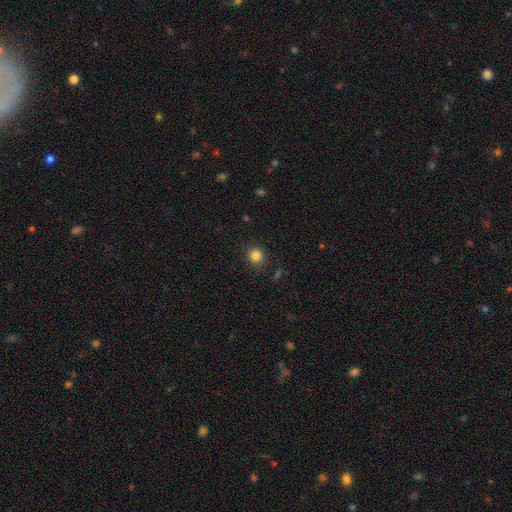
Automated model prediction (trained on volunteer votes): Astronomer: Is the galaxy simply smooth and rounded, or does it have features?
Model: smooth — 83%.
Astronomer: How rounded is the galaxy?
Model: round — 87%.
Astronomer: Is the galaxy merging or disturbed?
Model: none — 88%.